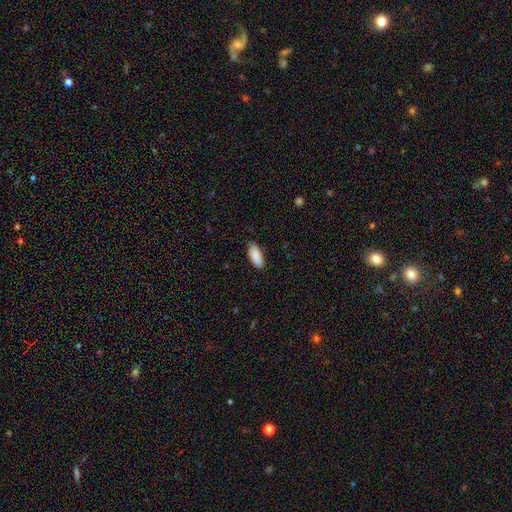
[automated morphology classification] smooth_or_featured: smooth (p=0.90) [alt: star or artifact p=0.06]
how_rounded: in between (p=0.84) [alt: cigar-shaped p=0.14]
merging: none (p=0.86) [alt: minor disturbance p=0.11]